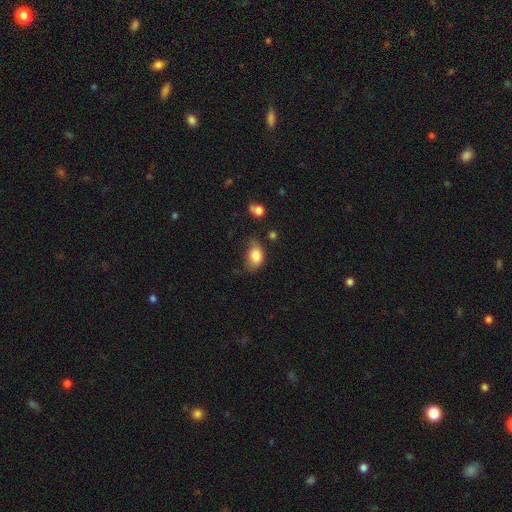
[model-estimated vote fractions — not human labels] Q: Smooth or featured?
A: smooth (82%); runner-up: featured or disk (9%)
Q: How rounded?
A: in between (83%); runner-up: round (16%)
Q: Merging?
A: none (44%); runner-up: minor disturbance (38%)